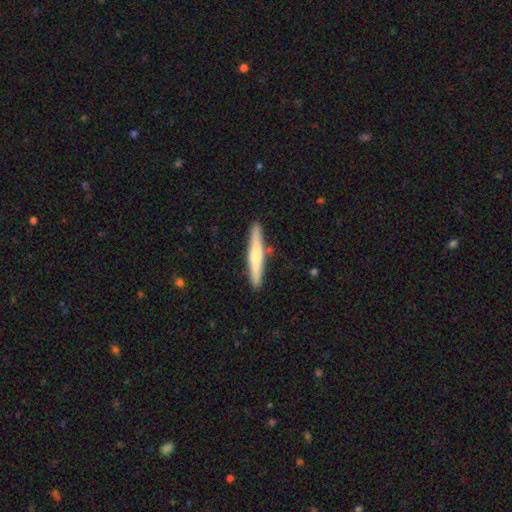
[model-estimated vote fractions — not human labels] This appears to be a featured or disk galaxy (54%) viewed edge-on (96%) with a rounded central bulge (75%). Merging: none (89%).